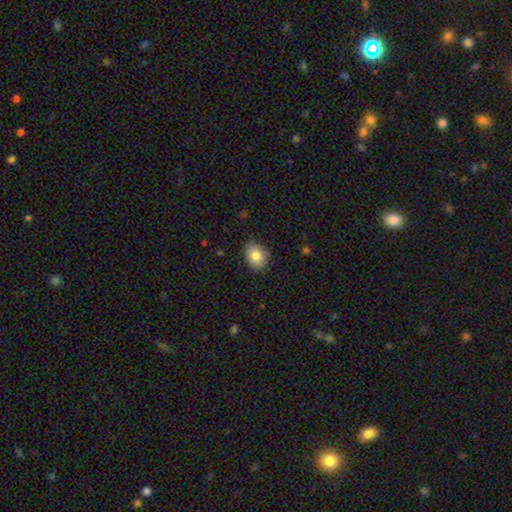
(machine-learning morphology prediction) A smooth galaxy with no disk features (83%) that is in between round and cigar-shaped (53%). Merging: none (79%).